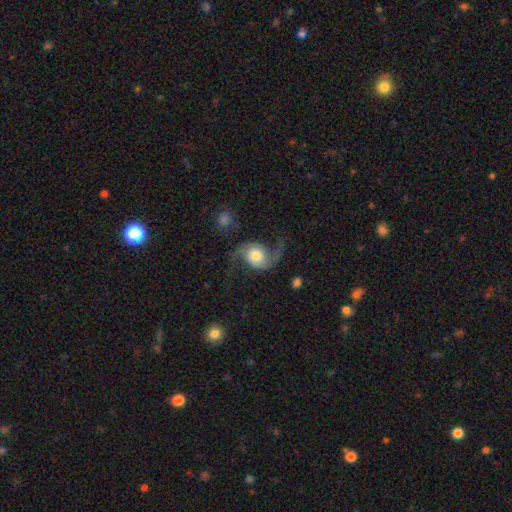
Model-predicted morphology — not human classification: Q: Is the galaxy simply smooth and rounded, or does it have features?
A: featured or disk — 87%.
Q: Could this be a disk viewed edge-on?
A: no — 98%.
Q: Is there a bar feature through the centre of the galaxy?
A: no — 68%.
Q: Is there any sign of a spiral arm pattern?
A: yes — 97%.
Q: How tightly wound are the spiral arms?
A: loose — 77%.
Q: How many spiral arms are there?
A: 2 — 94%.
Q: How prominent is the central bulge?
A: moderate — 49%.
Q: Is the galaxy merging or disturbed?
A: none — 72%.